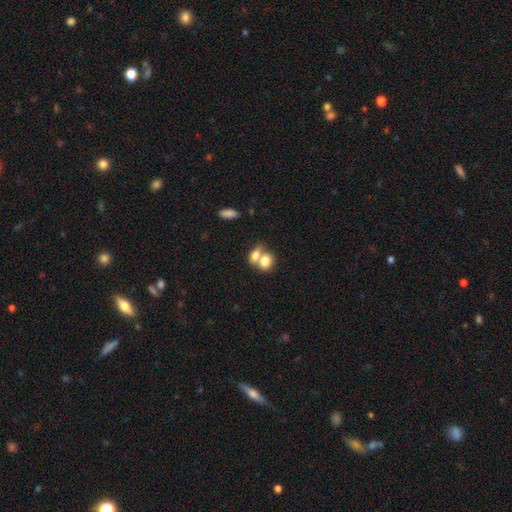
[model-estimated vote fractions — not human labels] This appears to be a smooth galaxy with no disk features (75%) that is in between round and cigar-shaped (67%). Merging: merger (65%).